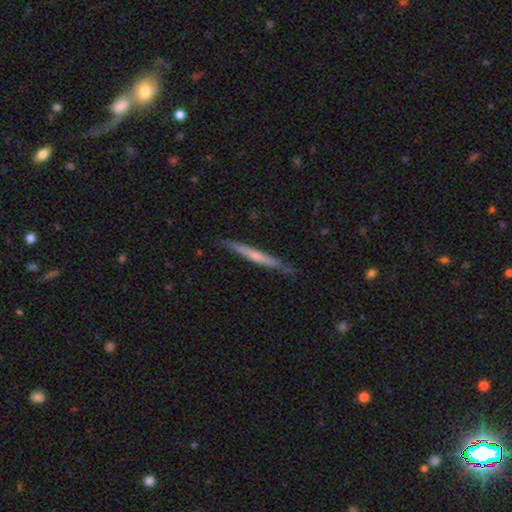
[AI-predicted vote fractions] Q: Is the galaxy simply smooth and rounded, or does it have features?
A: featured or disk — 54%.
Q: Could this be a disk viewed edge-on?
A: yes — 96%.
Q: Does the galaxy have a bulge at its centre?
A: none — 55%.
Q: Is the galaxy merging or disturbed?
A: none — 84%.